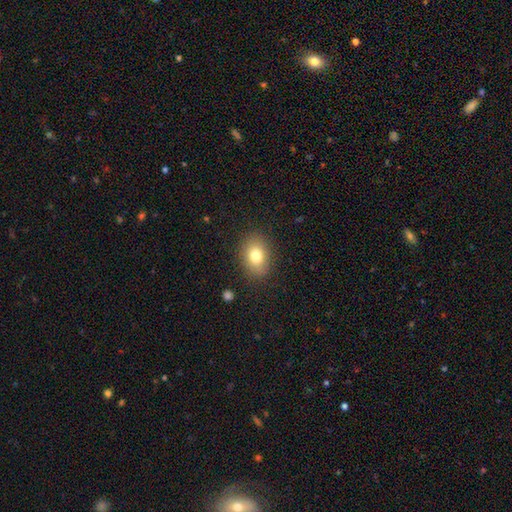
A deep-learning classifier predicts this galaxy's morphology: smooth 78%, featured or disk 12%, star or artifact 10%. Down the decision tree: how rounded — in between (73%); merging — none (85%).